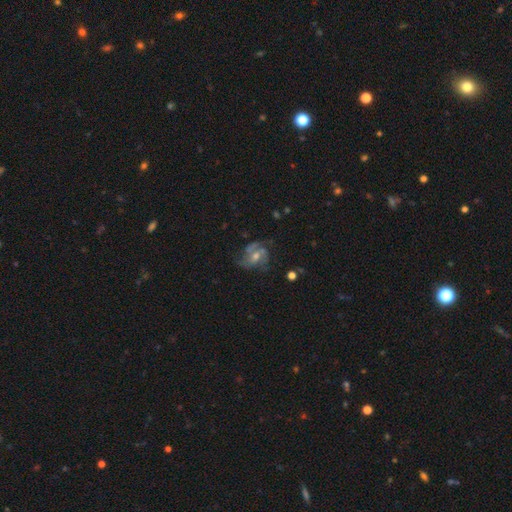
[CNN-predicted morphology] Smooth or featured?
  - featured or disk: 79% *
  - smooth: 11%
  - star or artifact: 10%
Edge-on disk?
  - no: 98% *
  - yes: 2%
Bar?
  - no: 54% *
  - weak: 36%
  - strong: 10%
Spiral arms?
  - yes: 93% *
  - no: 7%
Spiral winding?
  - medium: 51% *
  - tight: 29%
  - loose: 20%
Spiral arm count?
  - 3: 45% *
  - 2: 22%
  - can't tell: 15%
  - 4: 9%
  - 1: 5%
  - more than 4: 4%
Bulge size?
  - moderate: 58% *
  - small: 34%
  - large: 4%
  - none: 3%
  - dominant: 1%
Merging?
  - none: 64% *
  - minor disturbance: 19%
  - major disturbance: 15%
  - merger: 2%